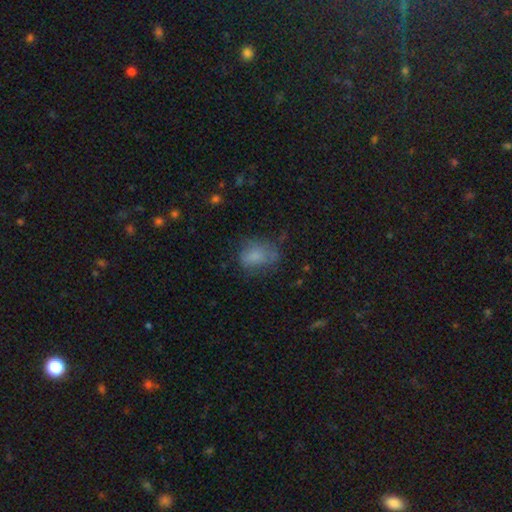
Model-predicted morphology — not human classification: smooth-or-featured: smooth: 73% | featured or disk: 16% | star or artifact: 12%
  how-rounded: in between: 71% | round: 28% | cigar-shaped: 2%
  merging: none: 49% | minor disturbance: 29% | major disturbance: 20% | merger: 3%